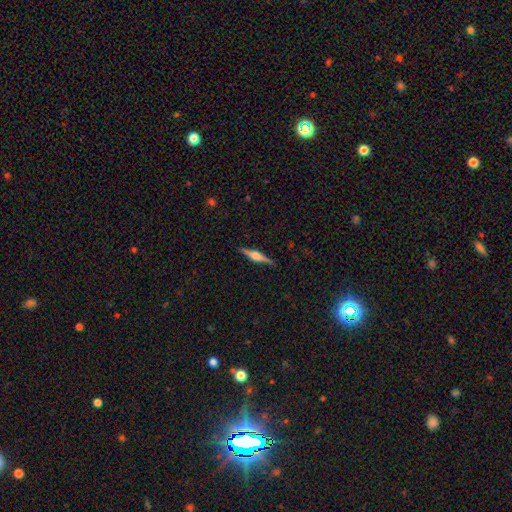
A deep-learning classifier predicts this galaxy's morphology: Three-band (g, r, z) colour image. It shows a featured or disk galaxy (79%) viewed edge-on (98%) with a rounded central bulge (89%). Merging: none (91%).